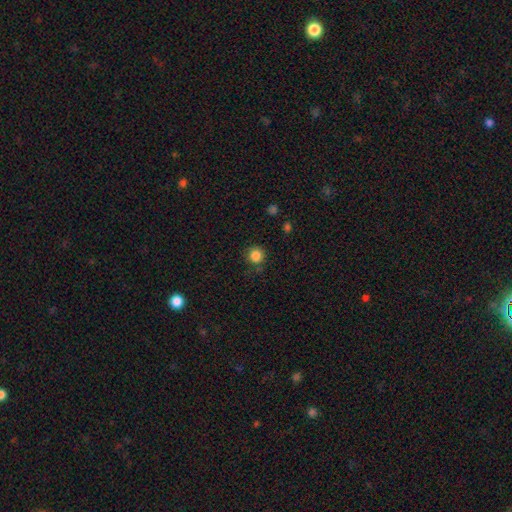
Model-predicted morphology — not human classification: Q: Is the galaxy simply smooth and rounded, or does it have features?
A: smooth — 85%.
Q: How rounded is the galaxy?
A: round — 94%.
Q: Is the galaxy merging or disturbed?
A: none — 83%.